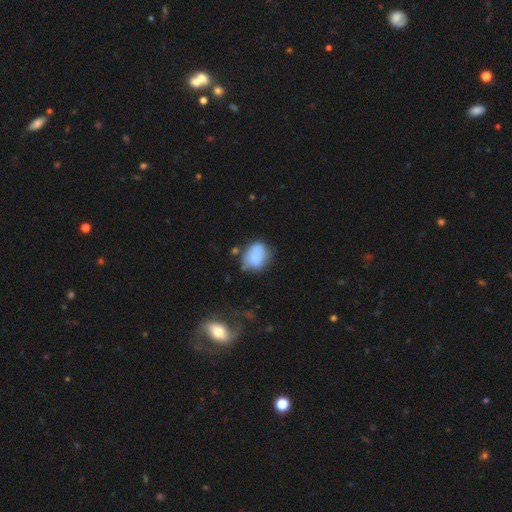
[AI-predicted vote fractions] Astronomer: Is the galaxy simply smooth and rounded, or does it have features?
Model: smooth — 78%.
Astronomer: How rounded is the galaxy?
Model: in between — 60% (runner-up: round, 39%).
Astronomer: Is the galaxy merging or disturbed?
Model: none — 48% (runner-up: minor disturbance, 32%).